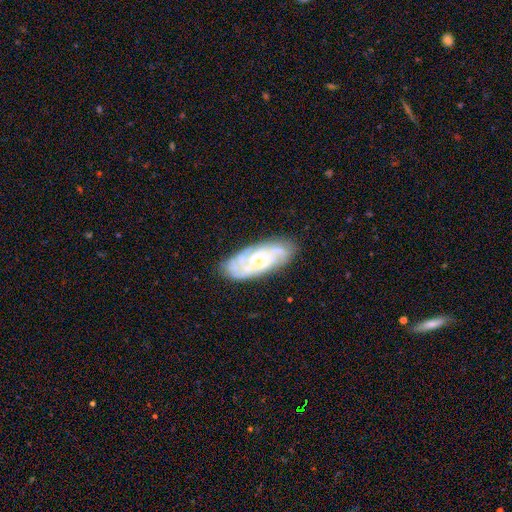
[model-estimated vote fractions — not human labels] Smooth or featured: featured or disk — 75% (smooth — 18%)
Edge-on disk: no — 90% (yes — 10%)
Bar: no — 68% (weak — 26%)
Spiral arms: yes — 90% (no — 10%)
Spiral winding: tight — 65% (medium — 28%)
Spiral arm count: can't tell — 40% (3 — 20%)
Bulge size: small — 51% (moderate — 24%)
Merging: none — 78% (minor disturbance — 16%)